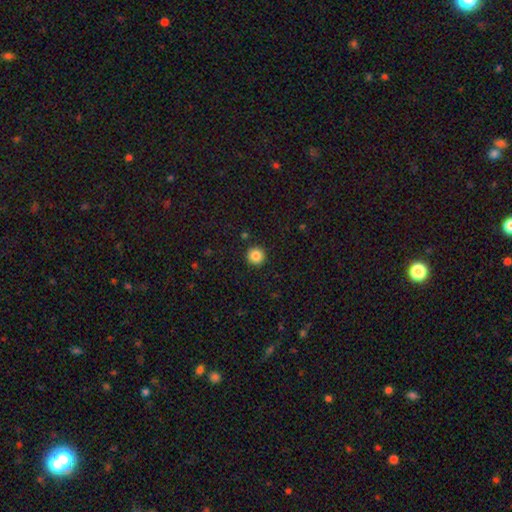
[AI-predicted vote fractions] Smooth or featured? Predicted: smooth (p=0.86). How rounded? Predicted: round (p=0.96). Merging? Predicted: none (p=0.92).